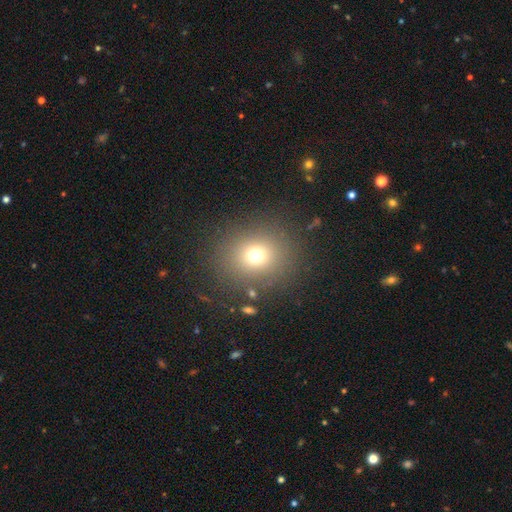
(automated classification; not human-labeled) Smooth or featured? smooth (70%)
How rounded? round (82%)
Merging? none (85%)